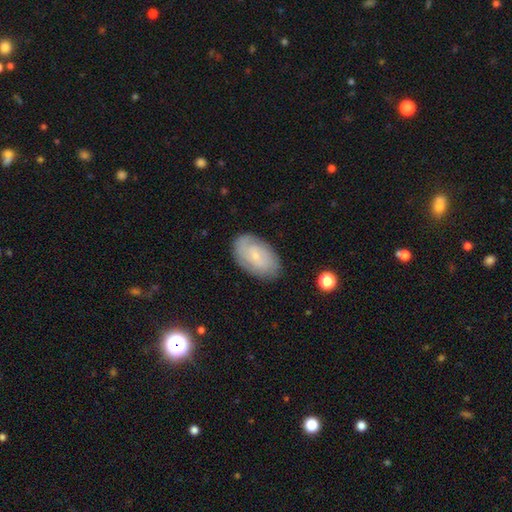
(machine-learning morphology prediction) A featured or disk galaxy (56%) with no bar (59%), spiral arms (78%) and a small central bulge (78%).

Vote fractions:
- Smooth or featured? featured or disk: 56% / smooth: 37% / star or artifact: 8%
- Edge-on disk? no: 94% / yes: 6%
- Bar? no: 59% / weak: 34% / strong: 7%
- Spiral arms? yes: 78% / no: 22%
- Bulge size? small: 78% / moderate: 16% / none: 4% / large: 1% / dominant: 1%
- Merging? none: 80% / minor disturbance: 15% / major disturbance: 4% / merger: 1%